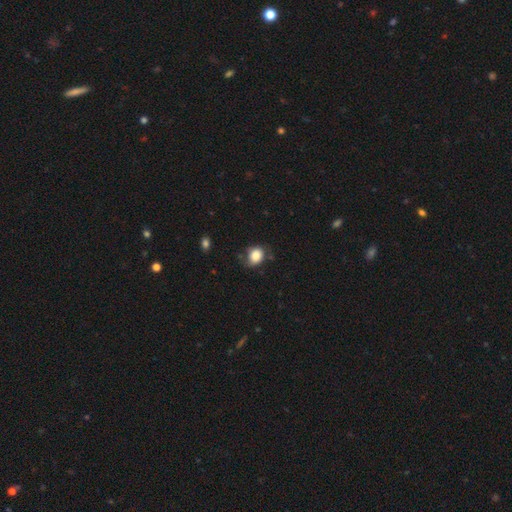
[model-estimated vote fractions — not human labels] smooth_or_featured: smooth (p=0.82) [alt: star or artifact p=0.09]
how_rounded: round (p=0.53) [alt: in between p=0.46]
merging: none (p=0.64) [alt: minor disturbance p=0.26]